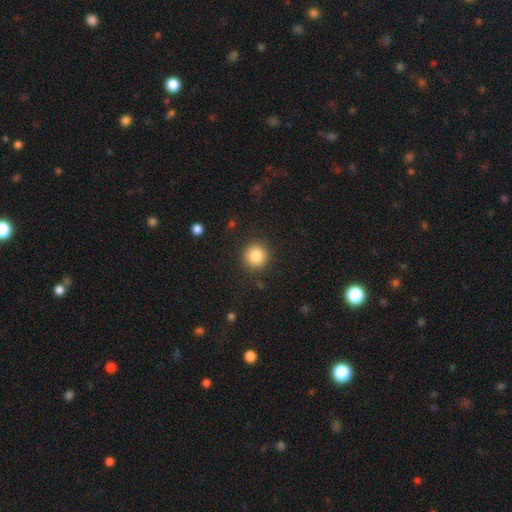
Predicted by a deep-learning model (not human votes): smooth-or-featured: smooth: 84% | star or artifact: 10% | featured or disk: 6%
  how-rounded: round: 93% | in between: 6% | cigar-shaped: 1%
  merging: none: 90% | minor disturbance: 6% | major disturbance: 3% | merger: 1%